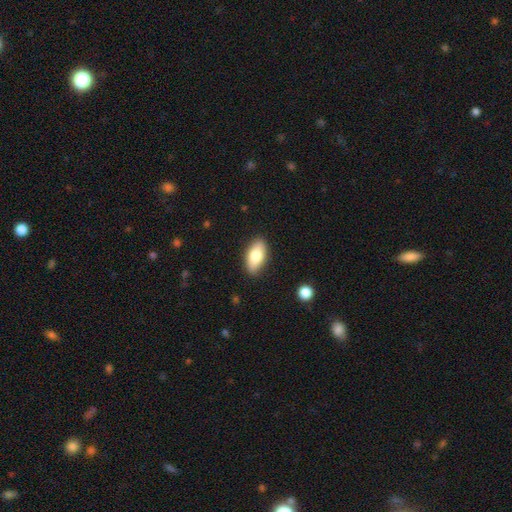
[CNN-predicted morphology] Overall: smooth (78%). How rounded: in between (90%). Merging: none (87%).